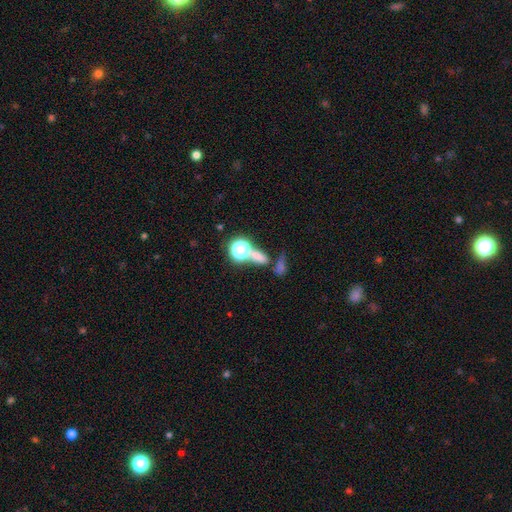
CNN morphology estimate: Q: Smooth or featured?
A: smooth (58%); runner-up: star or artifact (28%)
Q: How rounded?
A: in between (53%); runner-up: round (35%)
Q: Merging?
A: none (40%); tied with: merger (40%)